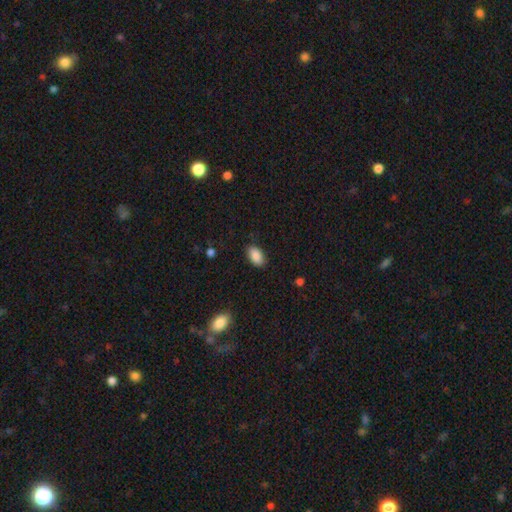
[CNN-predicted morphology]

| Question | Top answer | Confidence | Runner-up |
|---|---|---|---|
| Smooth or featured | smooth | 88% | star or artifact (7%) |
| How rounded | in between | 93% | round (5%) |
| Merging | none | 85% | minor disturbance (11%) |